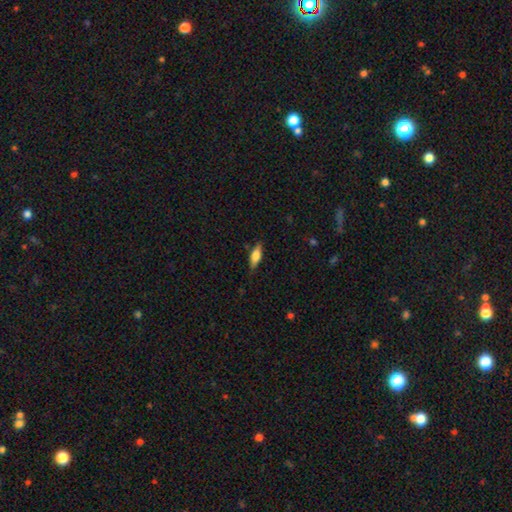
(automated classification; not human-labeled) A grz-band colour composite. It shows a smooth galaxy with no disk features (68%) that is in between round and cigar-shaped (56%). Merging: none (84%).